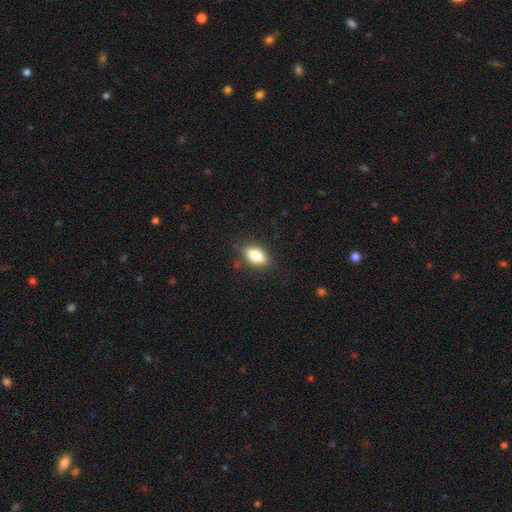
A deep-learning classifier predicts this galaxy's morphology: smooth_or_featured: smooth (p=0.80) [alt: featured or disk p=0.12]
how_rounded: in between (p=0.86) [alt: cigar-shaped p=0.08]
merging: none (p=0.84) [alt: minor disturbance p=0.12]